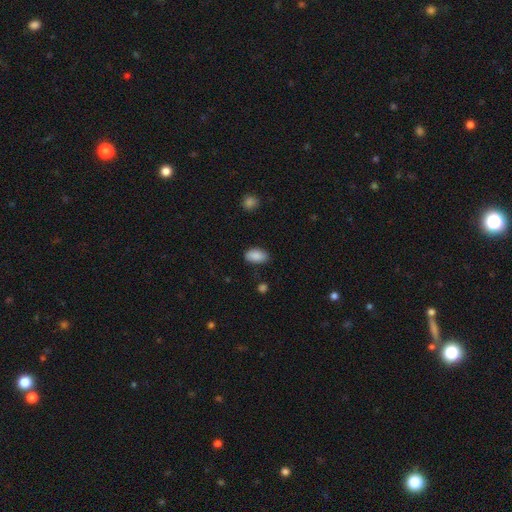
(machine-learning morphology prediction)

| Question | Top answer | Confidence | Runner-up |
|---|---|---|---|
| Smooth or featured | smooth | 88% | star or artifact (7%) |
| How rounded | in between | 93% | round (4%) |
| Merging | none | 81% | minor disturbance (14%) |